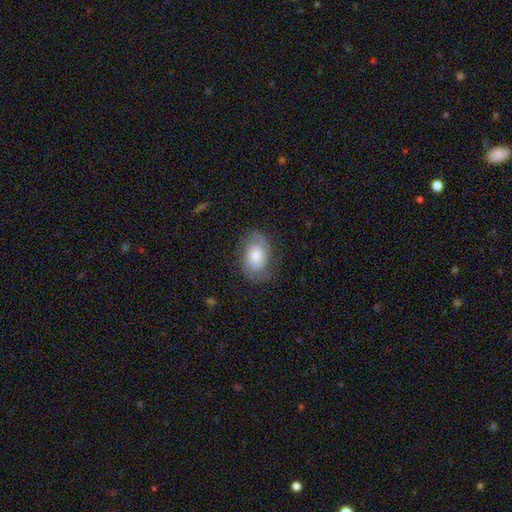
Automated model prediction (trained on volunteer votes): Q: Smooth or featured?
A: featured or disk (57%); runner-up: smooth (35%)
Q: Edge-on disk?
A: no (96%); runner-up: yes (4%)
Q: Bar?
A: no (76%); runner-up: weak (20%)
Q: Spiral arms?
A: yes (83%); runner-up: no (17%)
Q: Bulge size?
A: moderate (53%); runner-up: small (29%)
Q: Merging?
A: none (72%); runner-up: minor disturbance (19%)